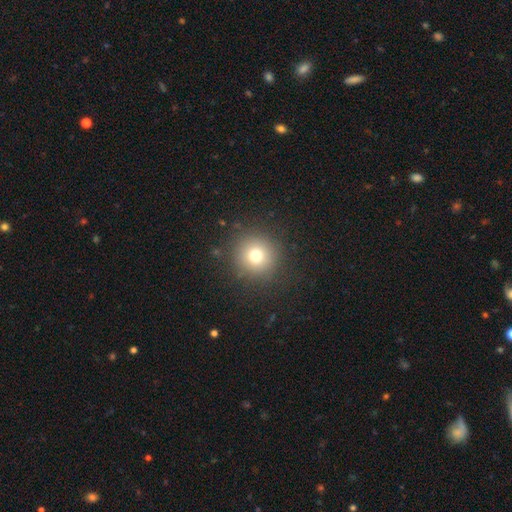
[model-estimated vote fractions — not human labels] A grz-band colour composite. It shows a smooth galaxy with no disk features (75%) that is round (94%). Merging: none (88%).